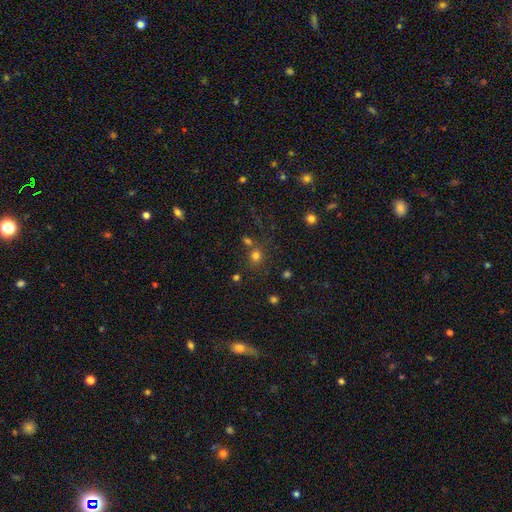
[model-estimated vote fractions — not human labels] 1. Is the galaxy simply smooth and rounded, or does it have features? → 73% smooth, 20% star or artifact, 7% featured or disk.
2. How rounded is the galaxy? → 85% round, 14% in between, 1% cigar-shaped.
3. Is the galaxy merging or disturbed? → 70% none, 17% merger, 9% minor disturbance, 4% major disturbance.